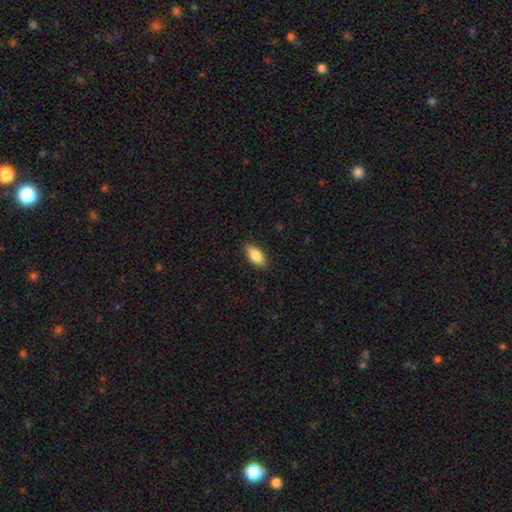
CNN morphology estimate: type=smooth (84%); roundness=in between (87%); merging=none (87%).